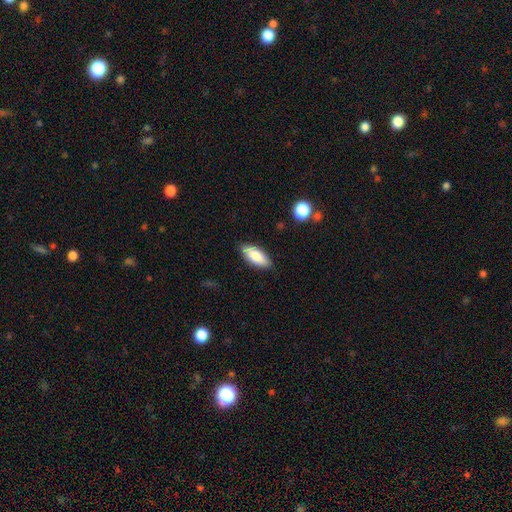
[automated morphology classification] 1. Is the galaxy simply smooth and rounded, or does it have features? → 81% smooth, 13% featured or disk, 6% star or artifact.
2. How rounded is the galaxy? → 82% in between, 16% cigar-shaped, 2% round.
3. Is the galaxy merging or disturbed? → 82% none, 14% minor disturbance, 2% major disturbance, 1% merger.